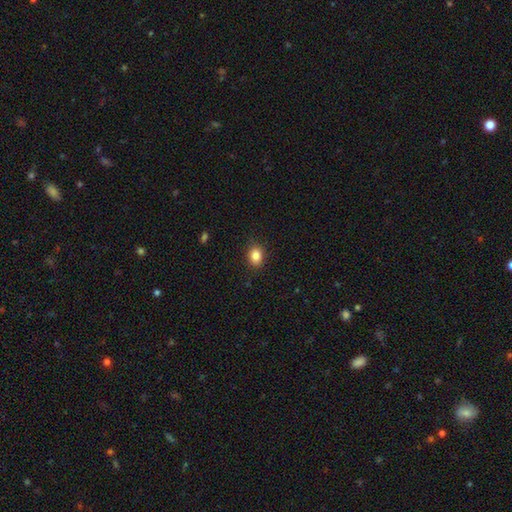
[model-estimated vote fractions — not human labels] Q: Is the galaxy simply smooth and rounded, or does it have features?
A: smooth — 85%.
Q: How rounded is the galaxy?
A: in between — 54%.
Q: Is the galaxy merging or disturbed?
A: none — 88%.